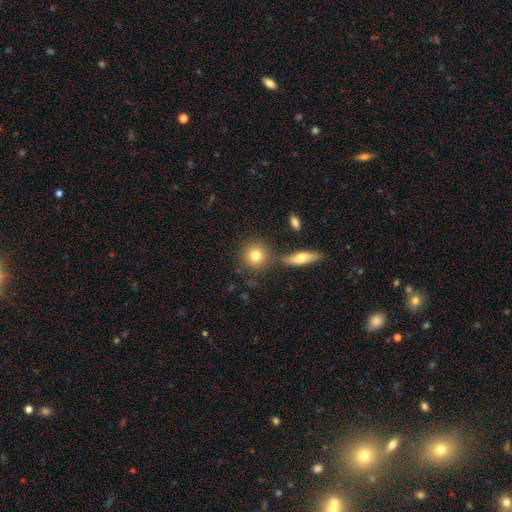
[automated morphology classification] This appears to be a smooth galaxy with no disk features (81%) that is round (88%). Merging: none (77%).